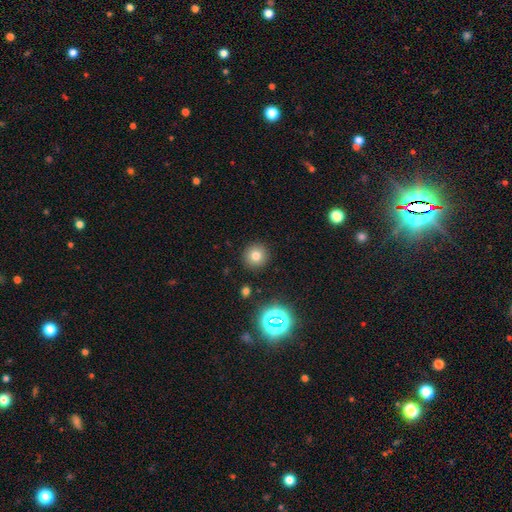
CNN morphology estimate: smooth-or-featured: smooth: 76% | star or artifact: 15% | featured or disk: 8%
  how-rounded: round: 94% | in between: 5% | cigar-shaped: 1%
  merging: none: 91% | minor disturbance: 6% | major disturbance: 2% | merger: 2%